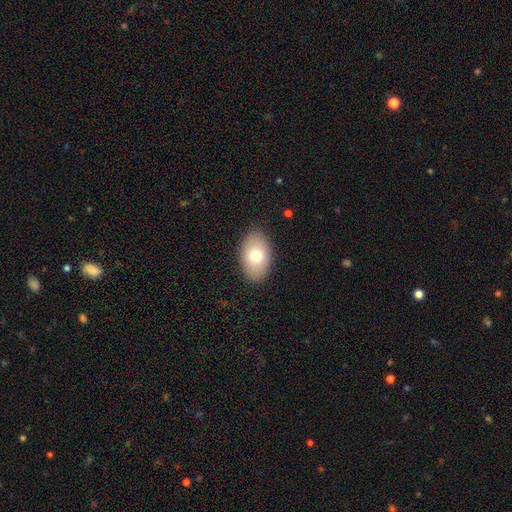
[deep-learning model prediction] This is likely a smooth galaxy (75%). How rounded: clearly in between (91%). Merging: clearly none (88%).